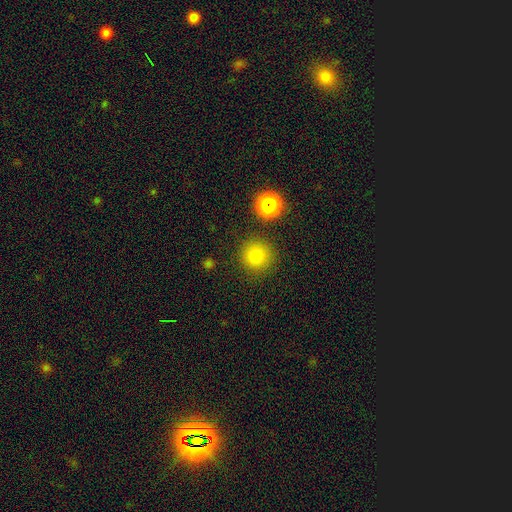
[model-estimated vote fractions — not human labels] The model was most divided on "smooth or featured": smooth: 81%, star or artifact: 14%, featured or disk: 6%. More confident: how rounded — round (95%); merging — none (87%).